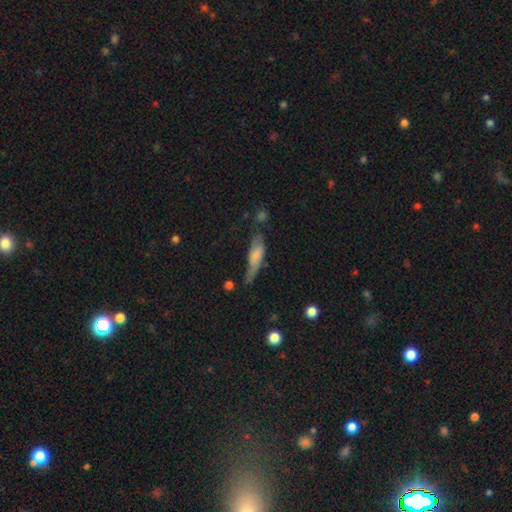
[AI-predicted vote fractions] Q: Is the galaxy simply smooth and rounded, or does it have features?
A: smooth — 64%.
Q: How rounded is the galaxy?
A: cigar-shaped — 61%.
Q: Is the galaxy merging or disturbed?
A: none — 39%.